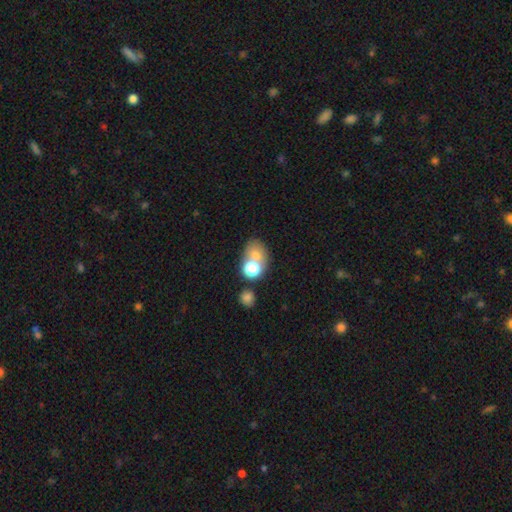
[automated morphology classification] Smooth or featured?
  - smooth: 67% *
  - star or artifact: 18%
  - featured or disk: 15%
How rounded?
  - in between: 53% *
  - round: 46%
  - cigar-shaped: 1%
Merging?
  - none: 43% *
  - merger: 37%
  - minor disturbance: 12%
  - major disturbance: 8%